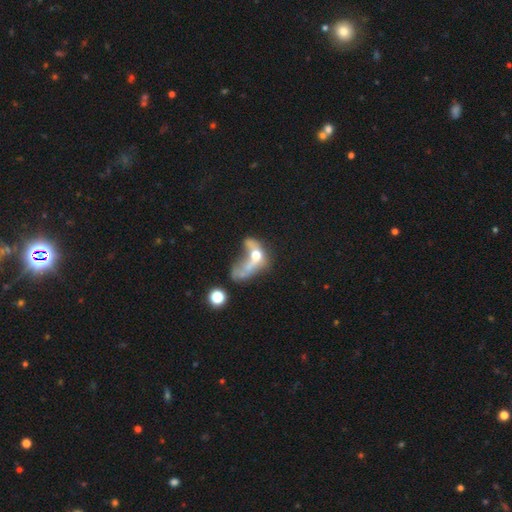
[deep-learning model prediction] featured or disk 45%, smooth 41%, star or artifact 14%. Down the decision tree: merging — major disturbance (47%).